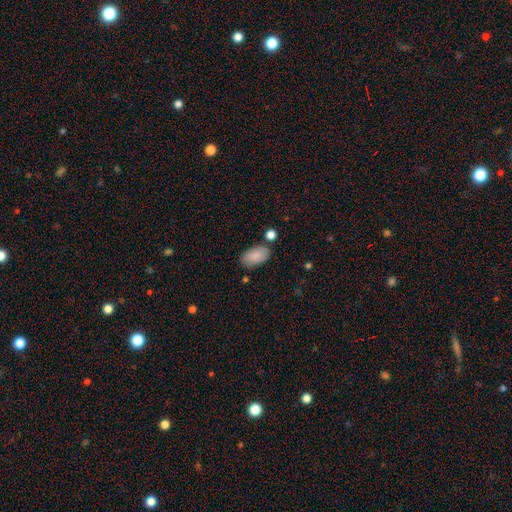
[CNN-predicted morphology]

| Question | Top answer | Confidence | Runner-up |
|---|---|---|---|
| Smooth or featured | smooth | 88% | star or artifact (6%) |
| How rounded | in between | 94% | round (4%) |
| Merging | none | 77% | minor disturbance (14%) |